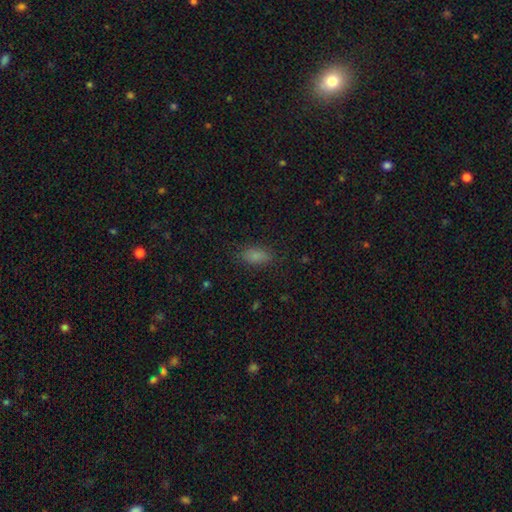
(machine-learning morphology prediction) Smooth or featured: smooth — 84% (star or artifact — 11%)
How rounded: in between — 87% (cigar-shaped — 9%)
Merging: none — 84% (minor disturbance — 12%)